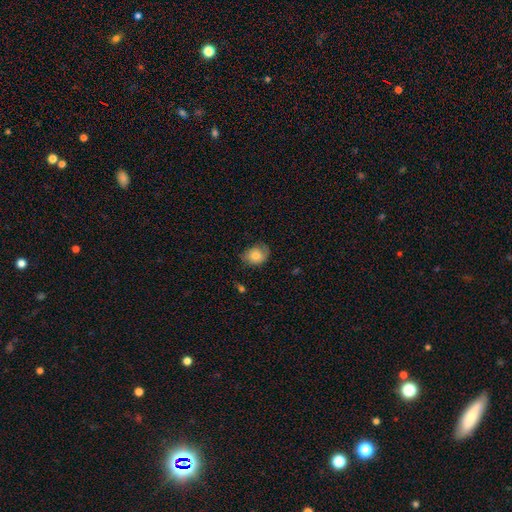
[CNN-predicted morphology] A smooth galaxy with no disk features (74%) that is in between round and cigar-shaped (54%). Merging: none (61%).